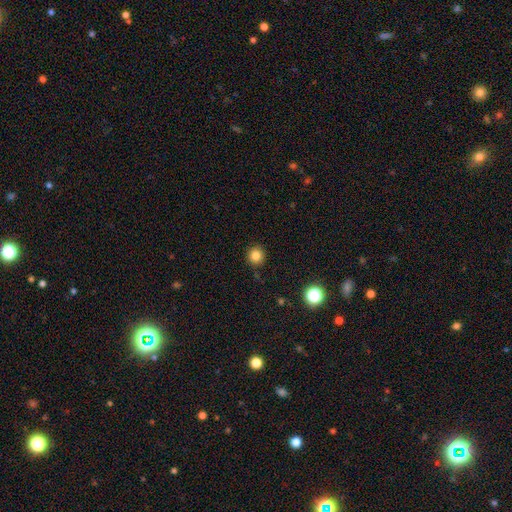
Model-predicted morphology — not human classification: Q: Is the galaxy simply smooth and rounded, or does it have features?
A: smooth — 83%.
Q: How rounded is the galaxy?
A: round — 93%.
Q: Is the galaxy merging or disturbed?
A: none — 90%.